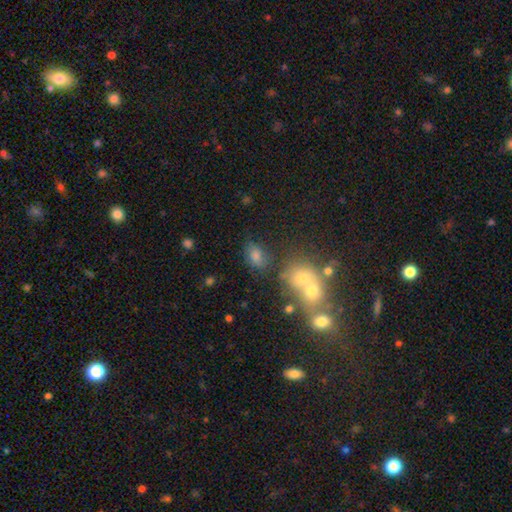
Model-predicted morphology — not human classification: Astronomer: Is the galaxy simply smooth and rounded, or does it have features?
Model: smooth — 70%.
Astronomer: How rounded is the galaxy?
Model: in between — 77%.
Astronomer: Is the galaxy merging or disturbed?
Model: none — 61%.